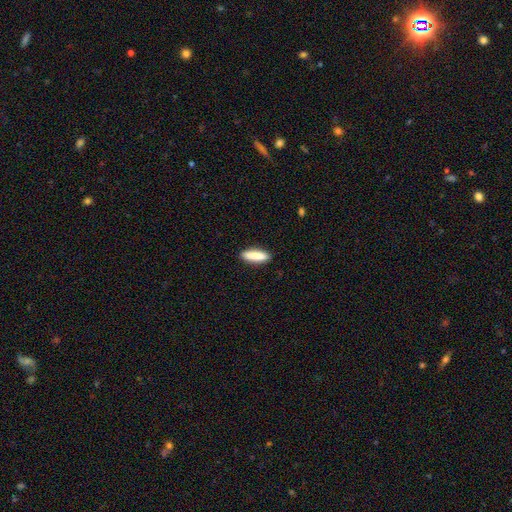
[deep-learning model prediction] Smooth or featured? Predicted: smooth (p=0.88). How rounded? Predicted: cigar-shaped (p=0.55). Merging? Predicted: none (p=0.89).